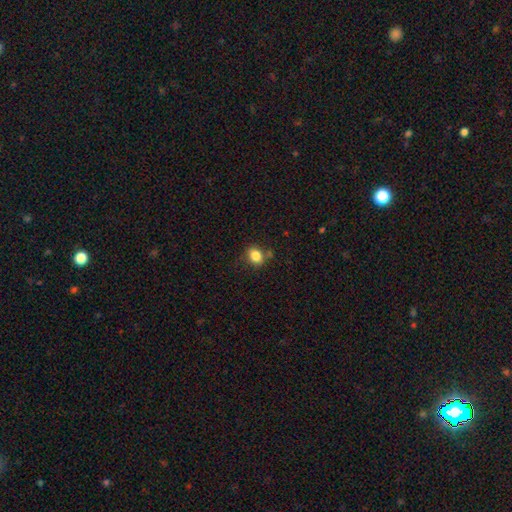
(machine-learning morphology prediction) smooth-or-featured: smooth: 84% | star or artifact: 10% | featured or disk: 6%
  how-rounded: round: 52% | in between: 47% | cigar-shaped: 1%
  merging: none: 72% | minor disturbance: 17% | merger: 6% | major disturbance: 5%